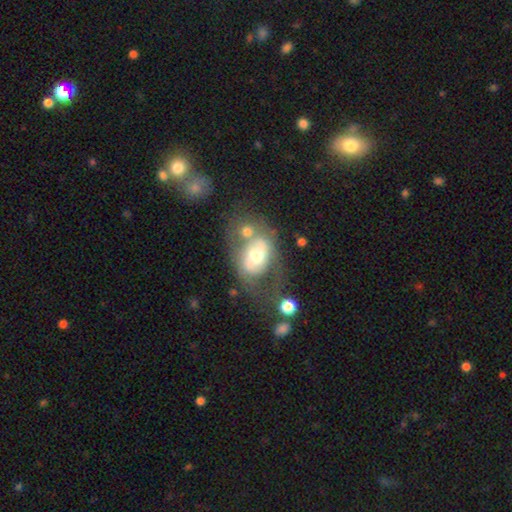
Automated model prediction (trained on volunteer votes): smooth_or_featured: featured or disk (p=0.52) [alt: smooth p=0.40]
disk_edge_on: no (p=0.94) [alt: yes p=0.06]
merging: none (p=0.36) [alt: merger p=0.26]